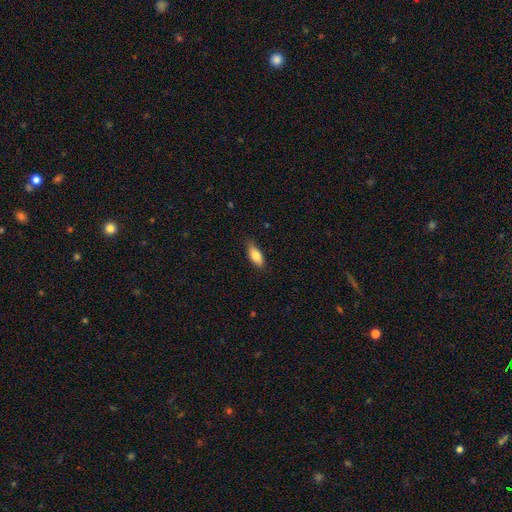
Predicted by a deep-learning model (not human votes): Q: Smooth or featured?
A: smooth (81%); runner-up: featured or disk (13%)
Q: How rounded?
A: in between (83%); runner-up: cigar-shaped (14%)
Q: Merging?
A: none (80%); runner-up: minor disturbance (17%)